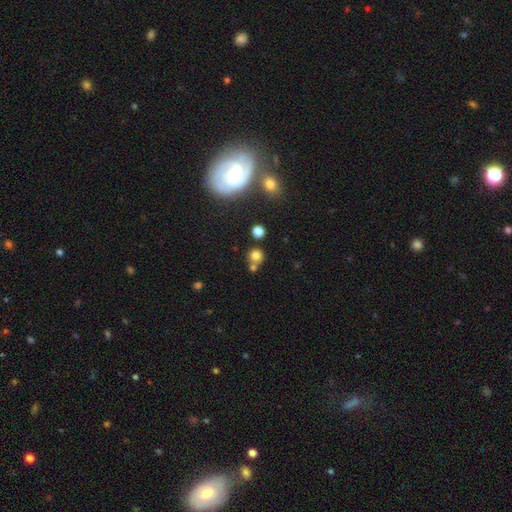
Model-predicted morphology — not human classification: Overall: smooth (75%). How rounded: round (88%). Merging: none (61%; merger 26%).